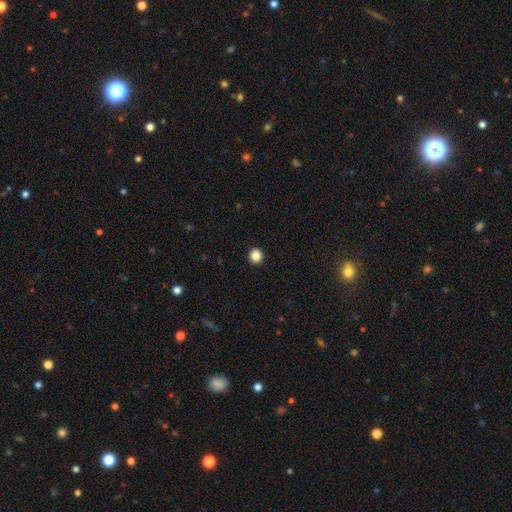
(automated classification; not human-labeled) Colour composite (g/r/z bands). It shows a smooth galaxy with no disk features (86%) that is round (86%). Merging: none (93%).